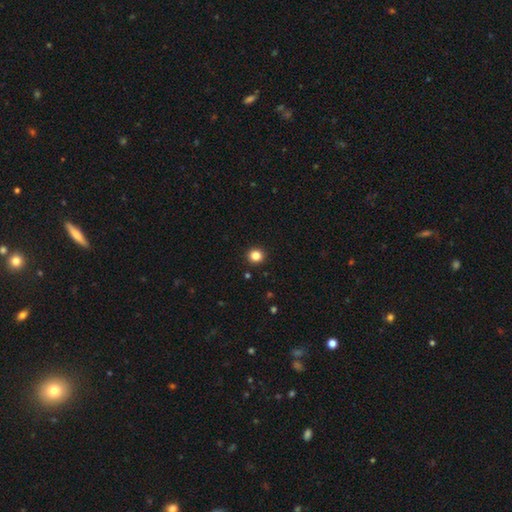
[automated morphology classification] Smooth or featured: smooth — 84% (star or artifact — 12%)
How rounded: round — 91% (in between — 8%)
Merging: none — 93% (minor disturbance — 4%)